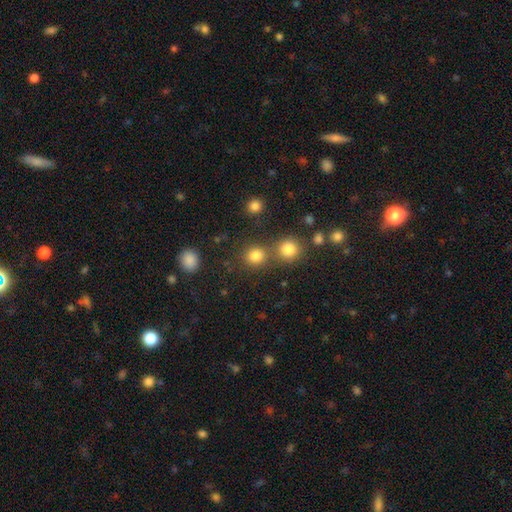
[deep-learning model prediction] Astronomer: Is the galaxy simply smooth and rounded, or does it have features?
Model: smooth — 81%.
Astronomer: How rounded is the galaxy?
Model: round — 85%.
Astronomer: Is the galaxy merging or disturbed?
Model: none — 64%.